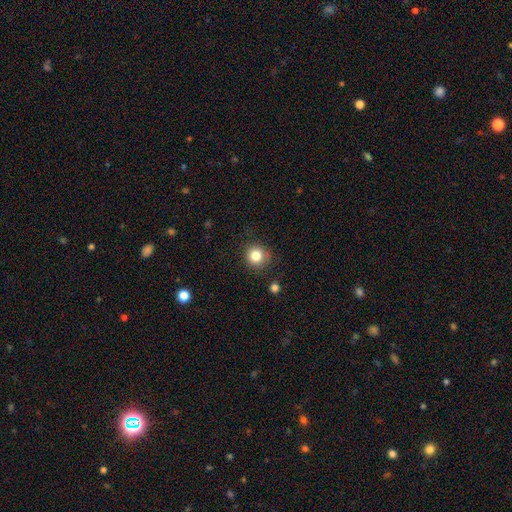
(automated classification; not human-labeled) A smooth galaxy with no disk features (83%) that is round (90%).

Vote fractions:
- Smooth or featured? smooth: 83% / star or artifact: 11% / featured or disk: 6%
- How rounded? round: 90% / in between: 9% / cigar-shaped: 1%
- Merging? none: 84% / minor disturbance: 11% / major disturbance: 3% / merger: 2%